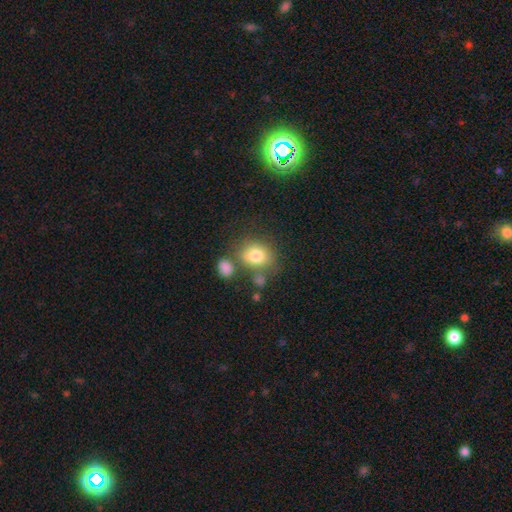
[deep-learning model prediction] The model was most divided on "how rounded": round: 58%, in between: 41%, cigar-shaped: 1%. More confident: smooth or featured — smooth (78%); merging — none (59%).